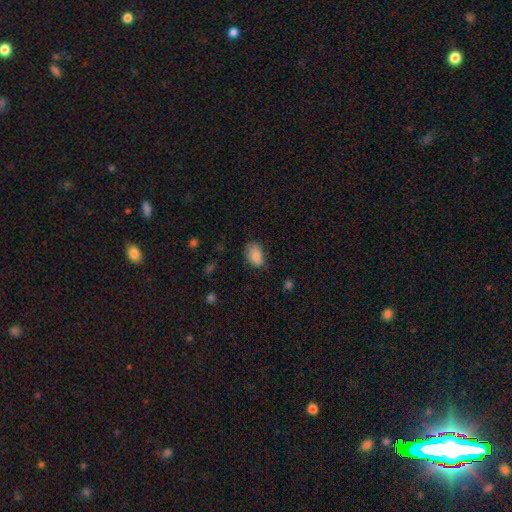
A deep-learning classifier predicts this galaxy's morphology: A smooth galaxy with no disk features (84%) that is in between round and cigar-shaped (86%). Merging: none (61%).